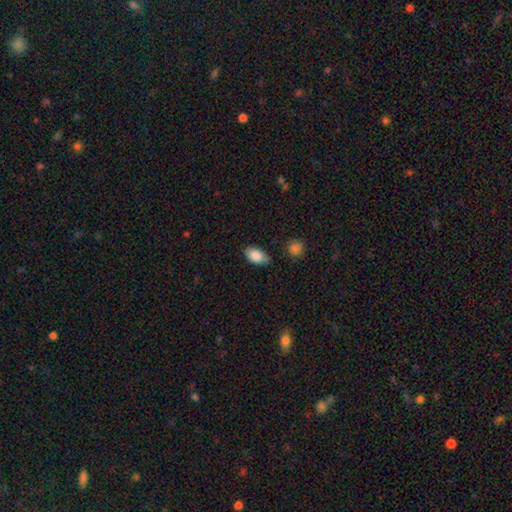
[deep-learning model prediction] Smooth or featured: smooth — 86% (featured or disk — 7%)
How rounded: in between — 90% (round — 8%)
Merging: none — 72% (minor disturbance — 22%)